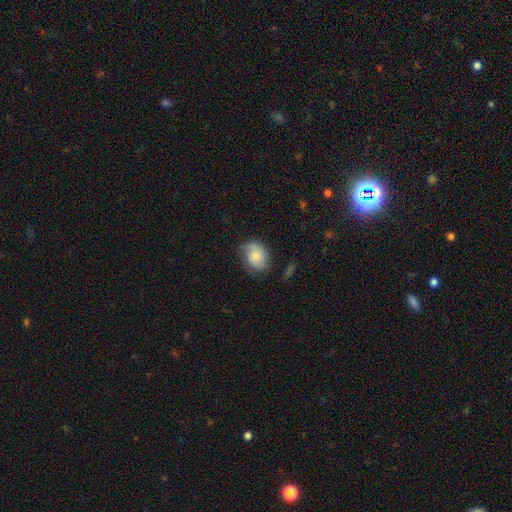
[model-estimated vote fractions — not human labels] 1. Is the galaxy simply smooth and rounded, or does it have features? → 62% smooth, 30% featured or disk, 8% star or artifact.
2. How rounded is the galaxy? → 52% in between, 47% round, 1% cigar-shaped.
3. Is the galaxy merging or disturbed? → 58% none, 30% minor disturbance, 11% major disturbance, 2% merger.